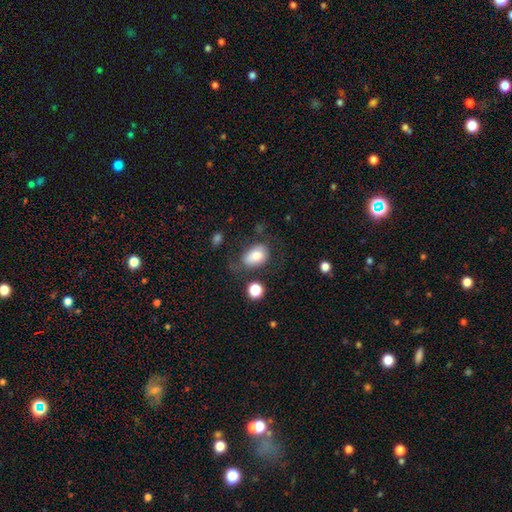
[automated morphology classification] Q: Smooth or featured?
A: smooth (77%); runner-up: featured or disk (15%)
Q: How rounded?
A: in between (79%); runner-up: round (19%)
Q: Merging?
A: none (58%); runner-up: minor disturbance (23%)